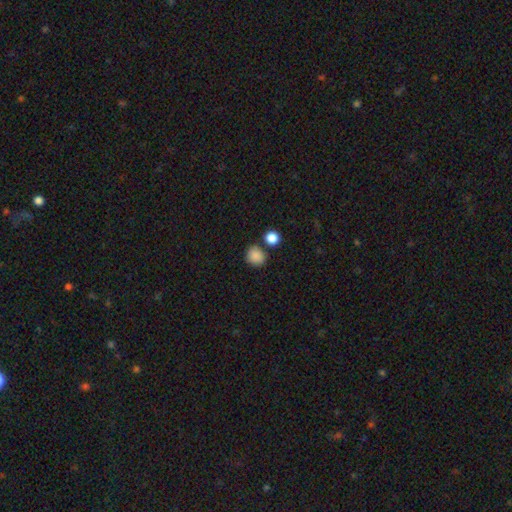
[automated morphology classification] Q: Smooth or featured?
A: smooth (87%); runner-up: star or artifact (9%)
Q: How rounded?
A: round (80%); runner-up: in between (19%)
Q: Merging?
A: none (74%); runner-up: merger (12%)